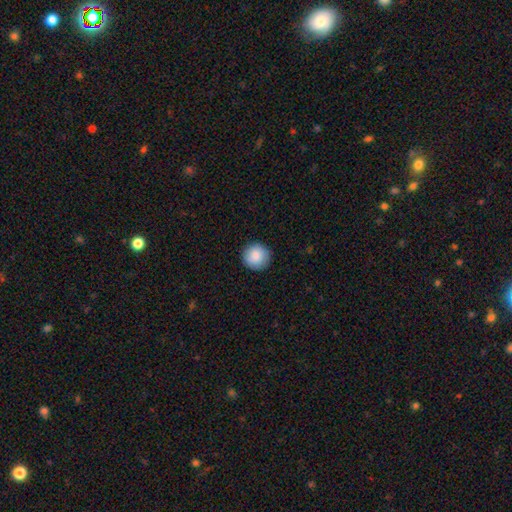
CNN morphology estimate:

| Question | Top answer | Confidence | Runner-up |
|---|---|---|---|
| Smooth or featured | smooth | 87% | star or artifact (7%) |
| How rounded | round | 94% | in between (5%) |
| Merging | none | 91% | minor disturbance (7%) |